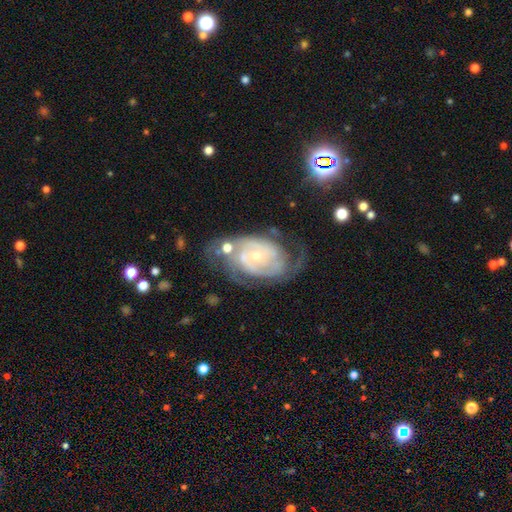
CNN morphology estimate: Smooth or featured?
  - featured or disk: 86% *
  - smooth: 8%
  - star or artifact: 6%
Edge-on disk?
  - no: 97% *
  - yes: 3%
Bar?
  - no: 59% *
  - weak: 33%
  - strong: 8%
Spiral arms?
  - yes: 95% *
  - no: 5%
Spiral winding?
  - tight: 59% *
  - medium: 32%
  - loose: 8%
Spiral arm count?
  - 2: 47% *
  - can't tell: 26%
  - 3: 14%
  - 4: 5%
  - 1: 5%
  - more than 4: 4%
Bulge size?
  - small: 66% *
  - moderate: 29%
  - none: 2%
  - large: 2%
  - dominant: 1%
Merging?
  - none: 52% *
  - minor disturbance: 23%
  - major disturbance: 17%
  - merger: 8%